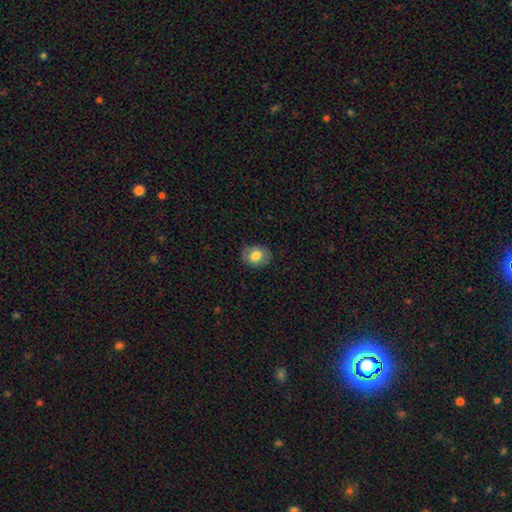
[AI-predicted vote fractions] smooth_or_featured: smooth (p=0.77) [alt: featured or disk p=0.15]
how_rounded: in between (p=0.56) [alt: round p=0.43]
merging: none (p=0.84) [alt: minor disturbance p=0.12]